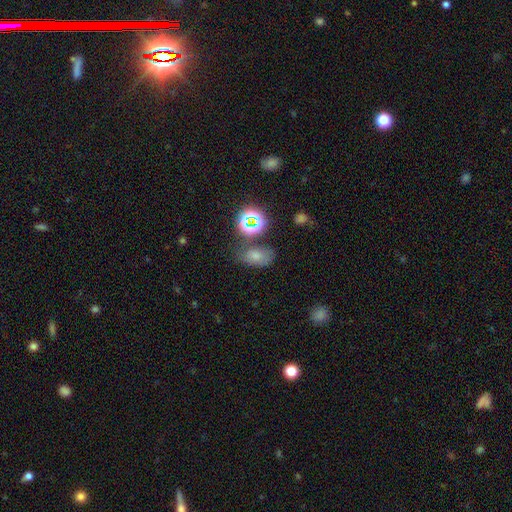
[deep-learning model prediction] smooth 67%, star or artifact 21%, featured or disk 12%. Down the decision tree: how rounded — in between (85%); merging — none (58%).